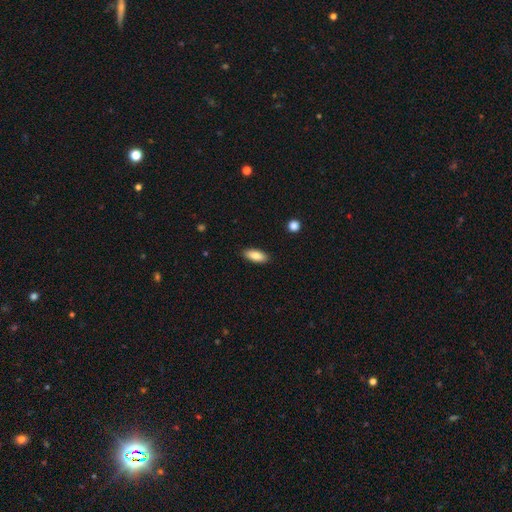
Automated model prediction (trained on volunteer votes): Q: Smooth or featured?
A: smooth (85%); runner-up: featured or disk (9%)
Q: How rounded?
A: in between (83%); runner-up: cigar-shaped (15%)
Q: Merging?
A: none (89%); runner-up: minor disturbance (8%)